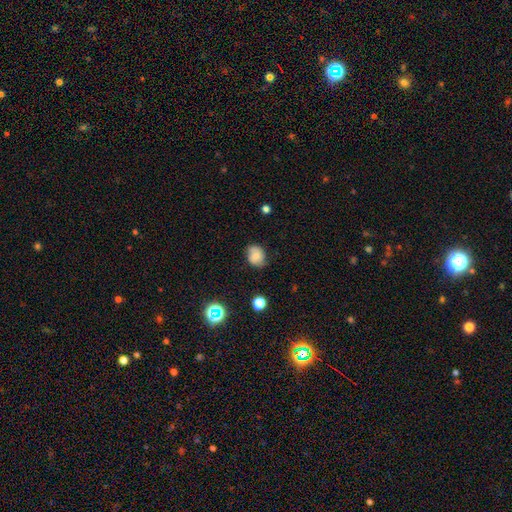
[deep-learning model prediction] Smooth or featured: smooth — 70% (featured or disk — 18%)
How rounded: in between — 52% (round — 47%)
Merging: none — 69% (minor disturbance — 24%)